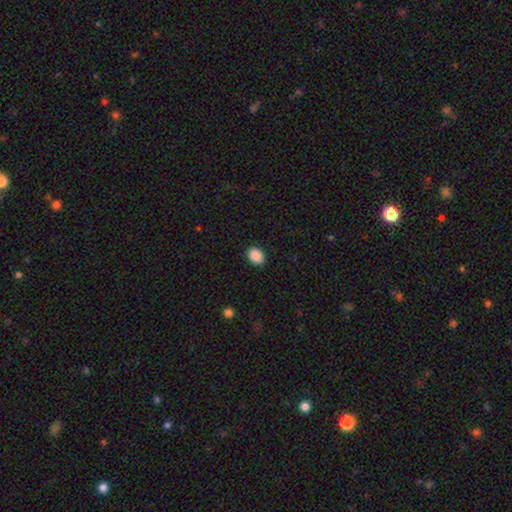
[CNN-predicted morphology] Overall: smooth (90%). How rounded: in between (69%; round 31%). Merging: none (90%).